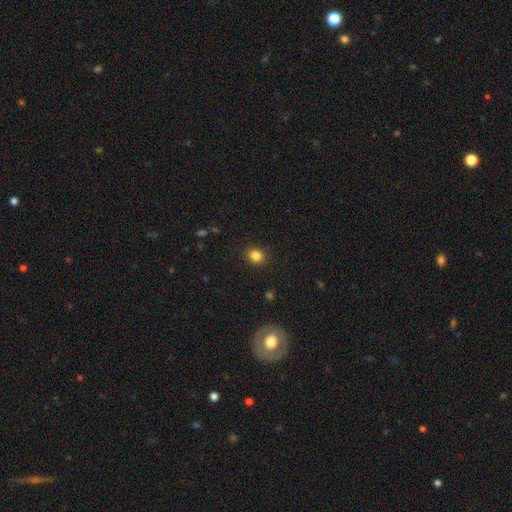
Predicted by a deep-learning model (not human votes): A smooth galaxy with no disk features (84%) that is round (72%). Merging: none (89%).